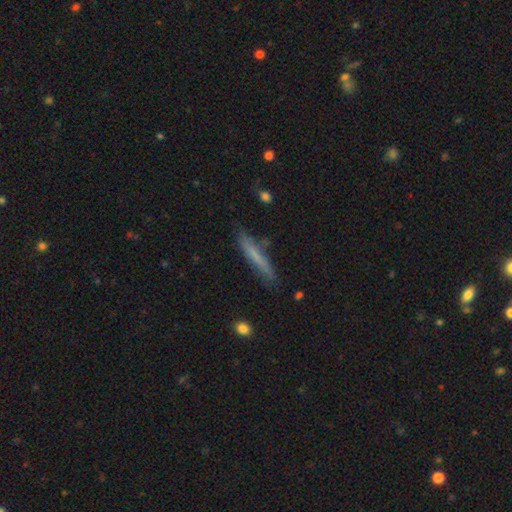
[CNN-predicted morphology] Smooth or featured: smooth — 64% (featured or disk — 30%)
How rounded: cigar-shaped — 94% (in between — 5%)
Merging: none — 80% (minor disturbance — 15%)